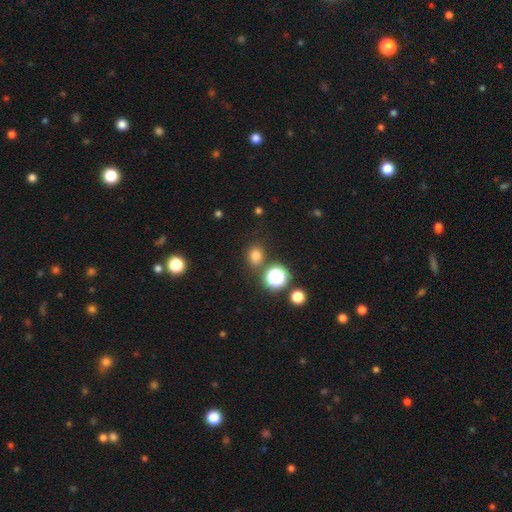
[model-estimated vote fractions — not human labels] Morphology: type=smooth (73%); roundness=round (68%); merging=none (80%).